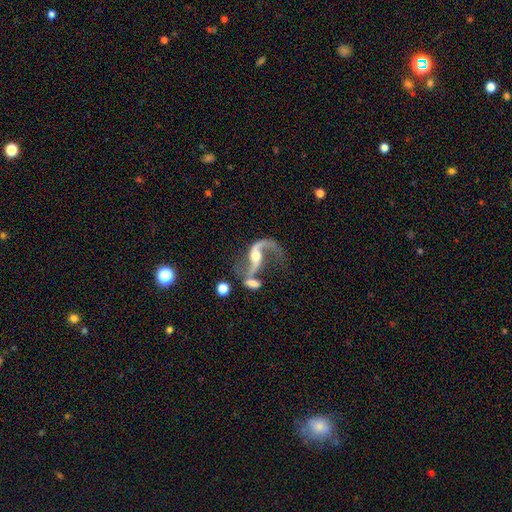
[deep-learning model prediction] A featured or disk galaxy (87%) with no bar (44%), 2 (85%) loose (86%) spiral arms (94%) and a moderate central bulge (59%). Merging: none (43%).